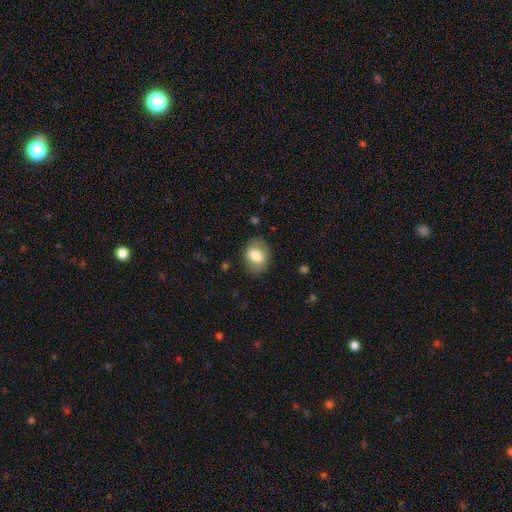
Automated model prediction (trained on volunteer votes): A smooth galaxy with no disk features (77%) that is in between round and cigar-shaped (58%).

Vote fractions:
- Smooth or featured? smooth: 77% / featured or disk: 15% / star or artifact: 8%
- How rounded? in between: 58% / round: 41% / cigar-shaped: 1%
- Merging? none: 83% / minor disturbance: 12% / major disturbance: 4% / merger: 1%